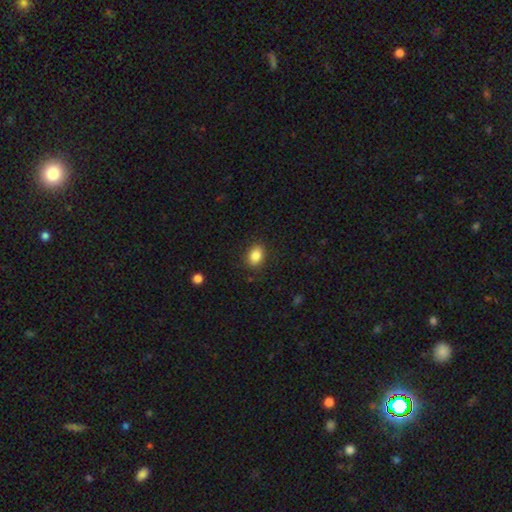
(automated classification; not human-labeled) Smooth or featured? Predicted: smooth (p=0.86). How rounded? Predicted: in between (p=0.73). Merging? Predicted: none (p=0.87).